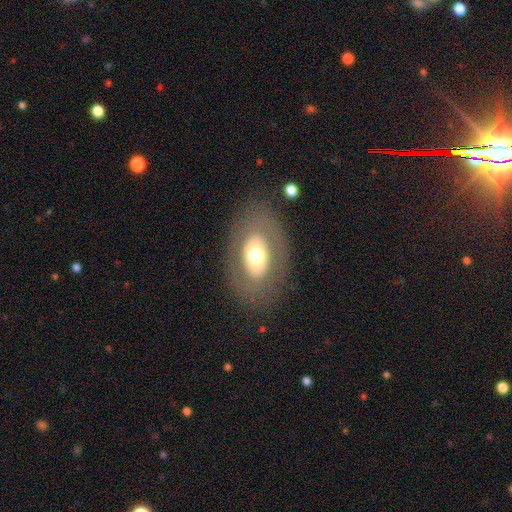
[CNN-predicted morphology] This is possibly a smooth galaxy (51%). How rounded: clearly in between (83%). Merging: clearly none (81%).